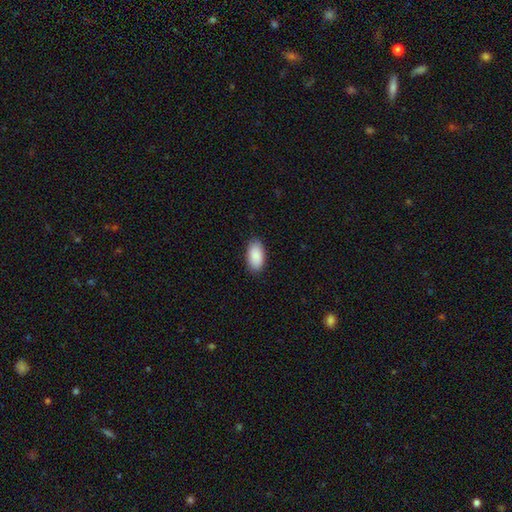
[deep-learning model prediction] Smooth or featured? smooth (91%)
How rounded? in between (95%)
Merging? none (87%)